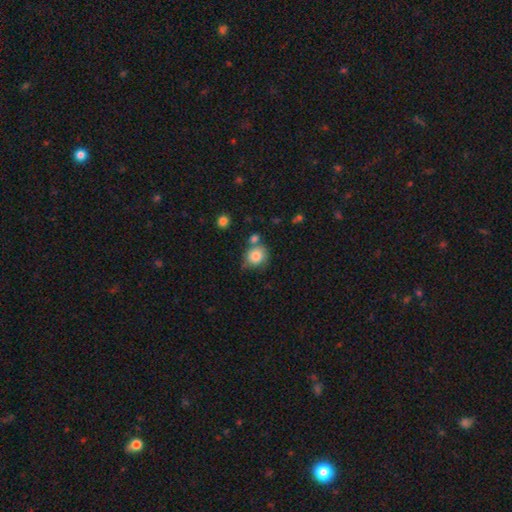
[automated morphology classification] smooth_or_featured: smooth (p=0.83) [alt: star or artifact p=0.09]
how_rounded: round (p=0.79) [alt: in between p=0.20]
merging: none (p=0.59) [alt: minor disturbance p=0.18]